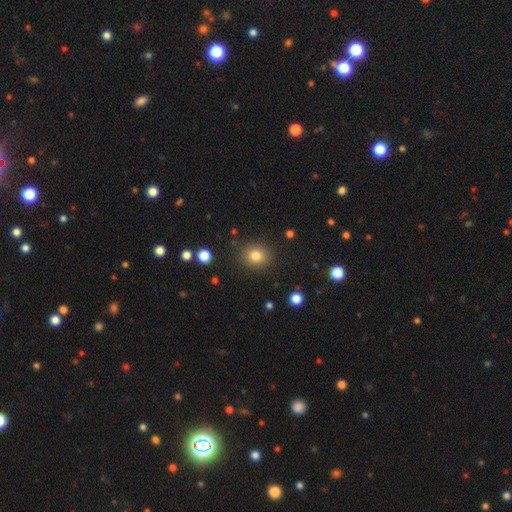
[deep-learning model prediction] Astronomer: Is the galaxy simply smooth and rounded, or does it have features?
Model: smooth — 81%.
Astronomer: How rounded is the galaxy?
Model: round — 73%.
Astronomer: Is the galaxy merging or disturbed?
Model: none — 88%.